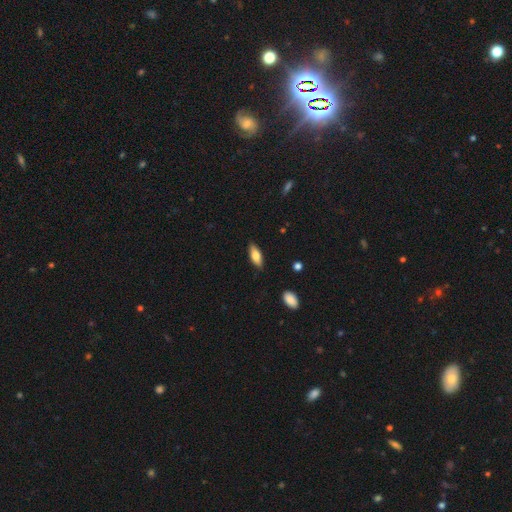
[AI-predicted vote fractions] This is likely a smooth galaxy (76%). How rounded: likely in between (75%). Merging: clearly none (86%).